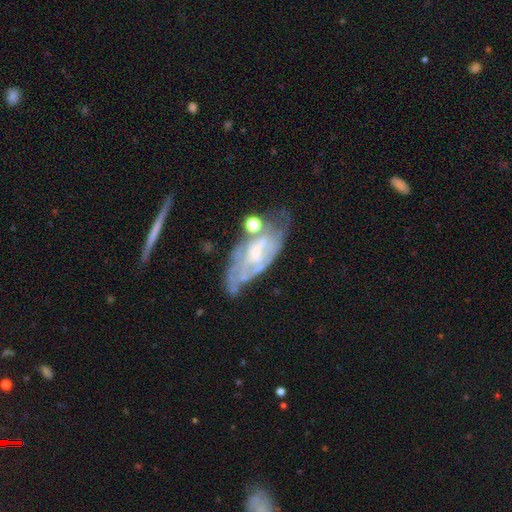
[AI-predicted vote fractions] featured or disk 70%, smooth 21%, star or artifact 9%. Down the decision tree: edge-on disk — no (86%); bar — no (60%); spiral arms — yes (64%); bulge size — small (45%); merging — none (46%).